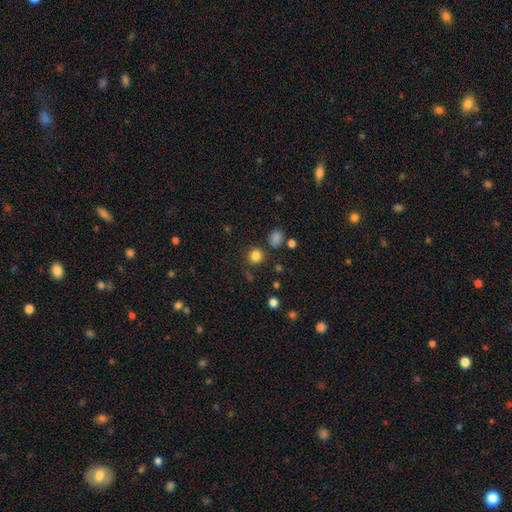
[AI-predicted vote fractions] Overall: smooth (81%). How rounded: round (88%). Merging: none (82%).